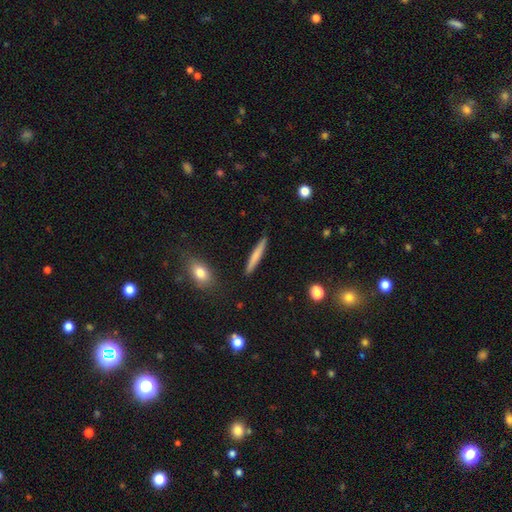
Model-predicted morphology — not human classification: Smooth or featured: smooth — 68% (featured or disk — 26%)
How rounded: cigar-shaped — 95% (in between — 4%)
Merging: none — 90% (minor disturbance — 7%)